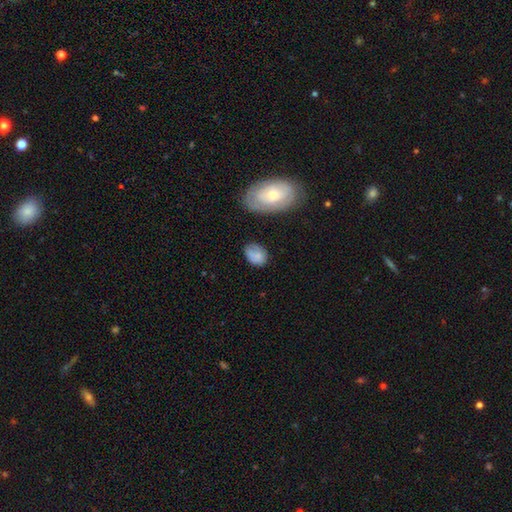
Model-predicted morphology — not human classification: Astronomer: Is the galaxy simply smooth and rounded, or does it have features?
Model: smooth — 77%.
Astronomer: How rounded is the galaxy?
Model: in between — 73%.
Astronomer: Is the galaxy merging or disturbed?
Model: none — 64%.